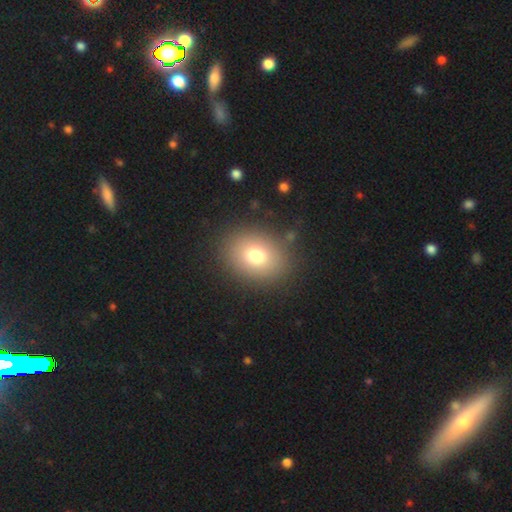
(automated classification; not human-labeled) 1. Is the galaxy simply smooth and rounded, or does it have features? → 76% smooth, 12% star or artifact, 12% featured or disk.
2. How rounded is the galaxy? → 52% in between, 47% round, 1% cigar-shaped.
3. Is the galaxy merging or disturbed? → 86% none, 9% minor disturbance, 4% major disturbance, 2% merger.